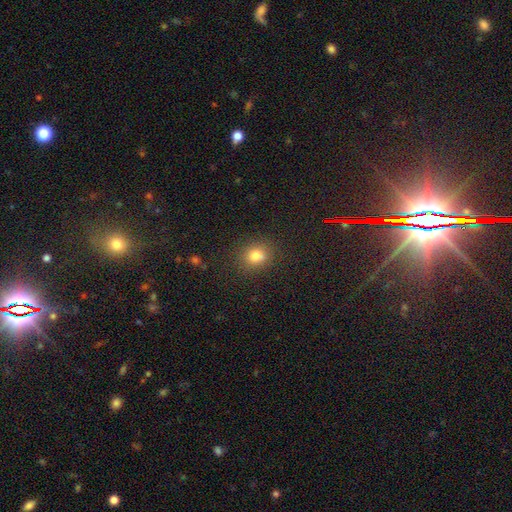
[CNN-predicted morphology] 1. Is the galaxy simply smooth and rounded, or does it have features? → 79% smooth, 14% star or artifact, 7% featured or disk.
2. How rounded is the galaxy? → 61% round, 38% in between, 1% cigar-shaped.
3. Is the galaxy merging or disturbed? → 76% none, 14% minor disturbance, 6% merger, 4% major disturbance.